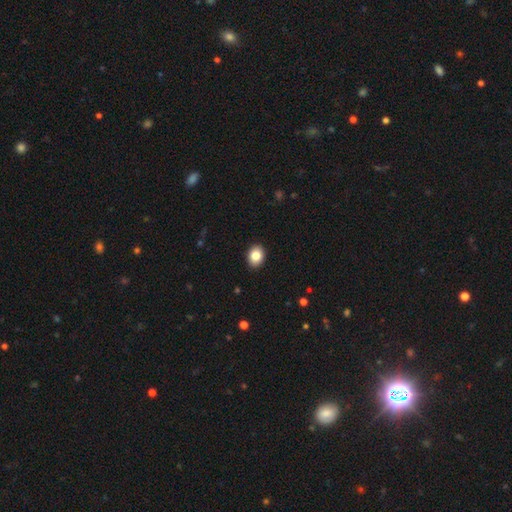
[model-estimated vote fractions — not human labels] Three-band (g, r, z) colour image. It shows a smooth galaxy with no disk features (84%) that is in between round and cigar-shaped (61%). Merging: none (91%).